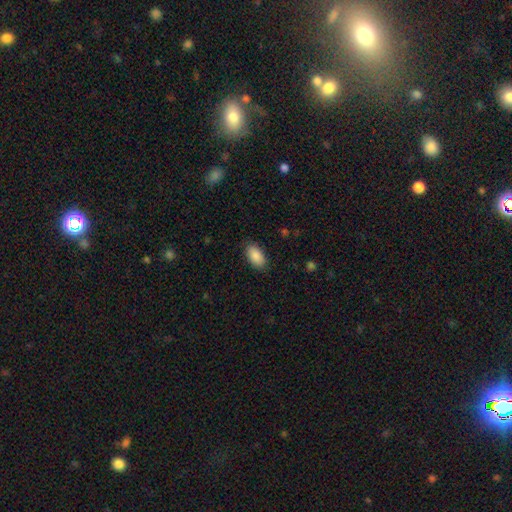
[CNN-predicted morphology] Smooth or featured?
  - smooth: 89% *
  - star or artifact: 6%
  - featured or disk: 4%
How rounded?
  - in between: 94% *
  - round: 4%
  - cigar-shaped: 2%
Merging?
  - none: 87% *
  - minor disturbance: 9%
  - major disturbance: 2%
  - merger: 1%